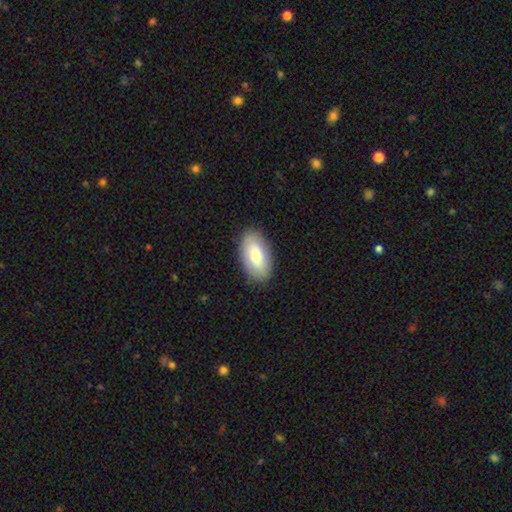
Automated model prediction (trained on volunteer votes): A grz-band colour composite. It shows a smooth galaxy with no disk features (75%) that is in between round and cigar-shaped (94%). Merging: none (88%).